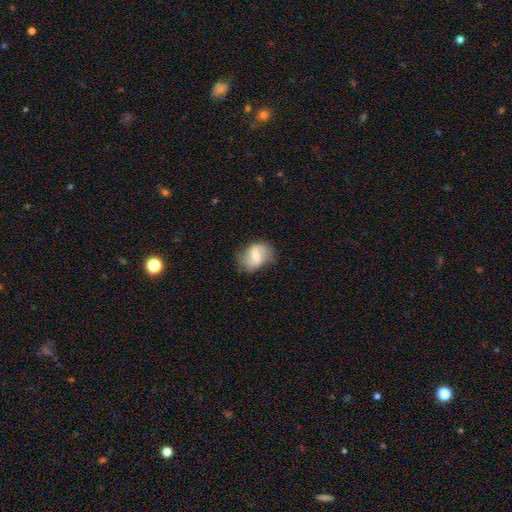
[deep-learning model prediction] This appears to be a featured or disk galaxy (47%). Merging: none (68%).